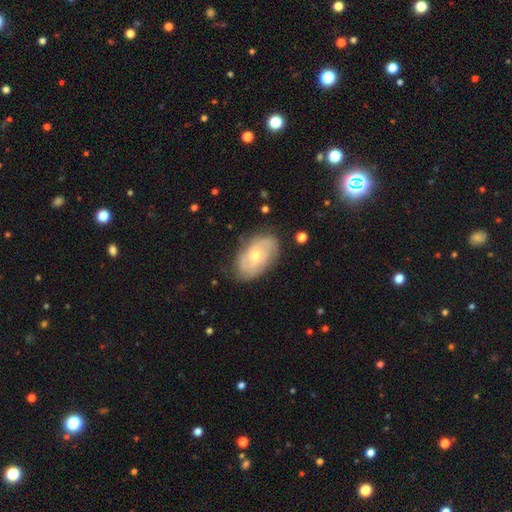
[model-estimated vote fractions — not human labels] Smooth or featured? Predicted: featured or disk (p=0.67). Edge-on disk? Predicted: no (p=0.95). Bar? Predicted: no (p=0.76). Spiral arms? Predicted: yes (p=0.83). Spiral winding? Predicted: tight (p=0.55). Spiral arm count? Predicted: can't tell (p=0.40). Bulge size? Predicted: small (p=0.52). Merging? Predicted: none (p=0.76).